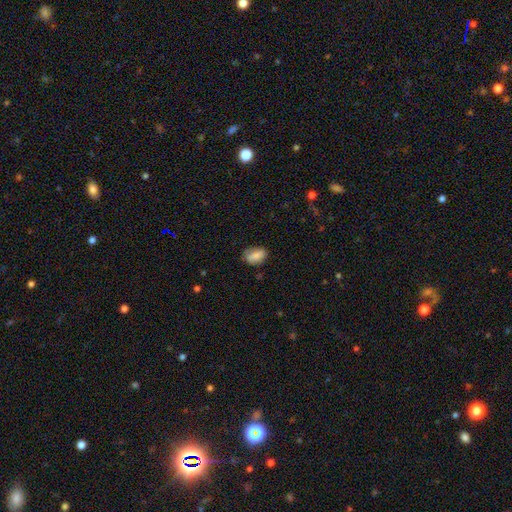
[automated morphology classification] type=smooth (81%); roundness=in between (85%); merging=none (70%).